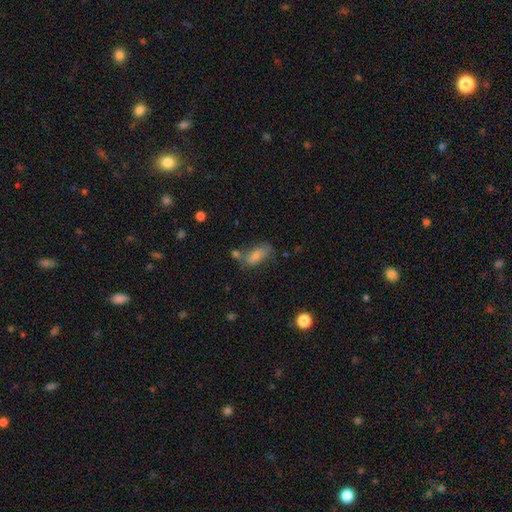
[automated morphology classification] Smooth or featured? Predicted: smooth (p=0.68). How rounded? Predicted: in between (p=0.84). Merging? Predicted: none (p=0.47).